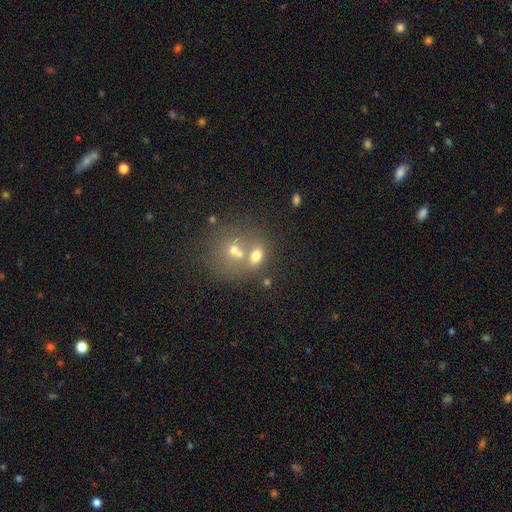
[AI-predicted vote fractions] This appears to be a smooth galaxy with no disk features (63%) that is in between round and cigar-shaped (52%). Merging: merger (51%).